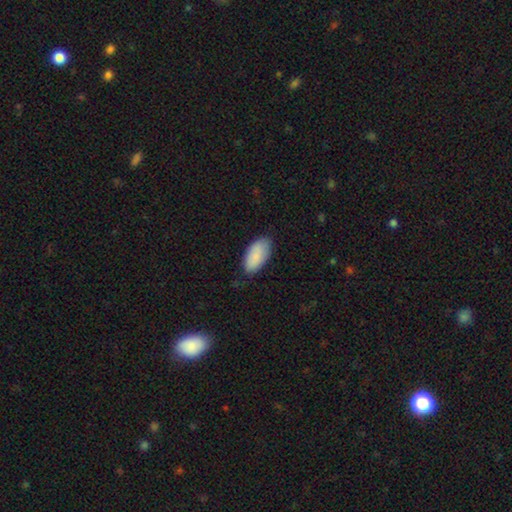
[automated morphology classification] The model was most divided on "merging": none: 77%, minor disturbance: 19%, major disturbance: 3%, merger: 1%. More confident: how rounded — in between (94%); smooth or featured — smooth (87%).